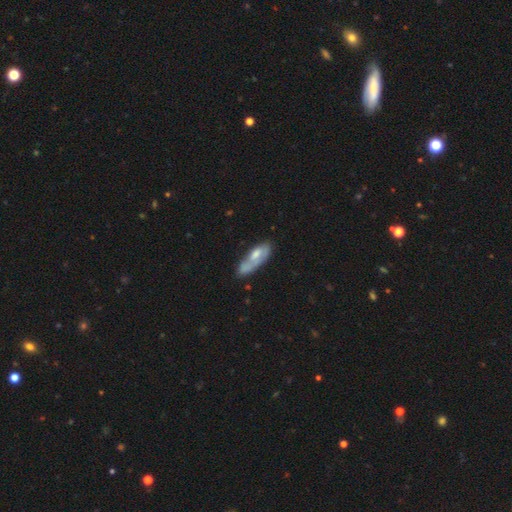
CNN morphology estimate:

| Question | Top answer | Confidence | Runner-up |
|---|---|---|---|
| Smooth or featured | smooth | 56% | featured or disk (38%) |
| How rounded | in between | 62% | cigar-shaped (35%) |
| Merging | none | 43% | minor disturbance (28%) |